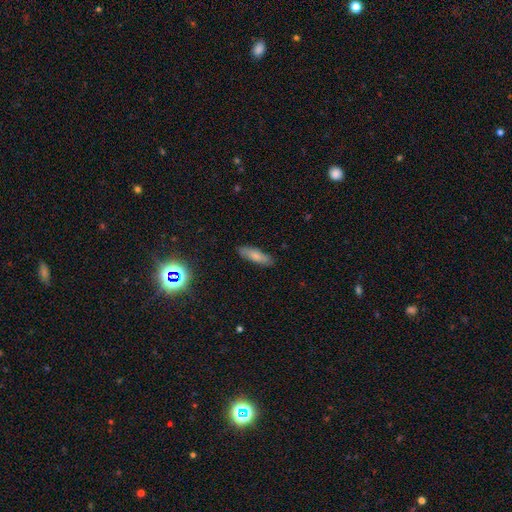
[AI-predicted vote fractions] This is likely a smooth galaxy (77%). How rounded: possibly cigar-shaped (55%). Merging: clearly none (87%).